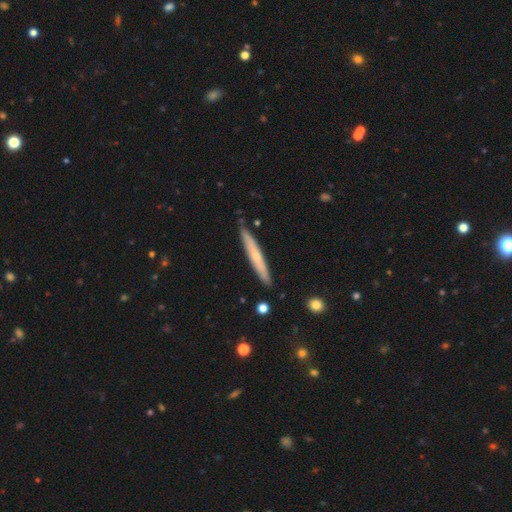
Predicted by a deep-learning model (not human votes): This is possibly a featured or disk galaxy (48%). Merging: clearly none (87%).